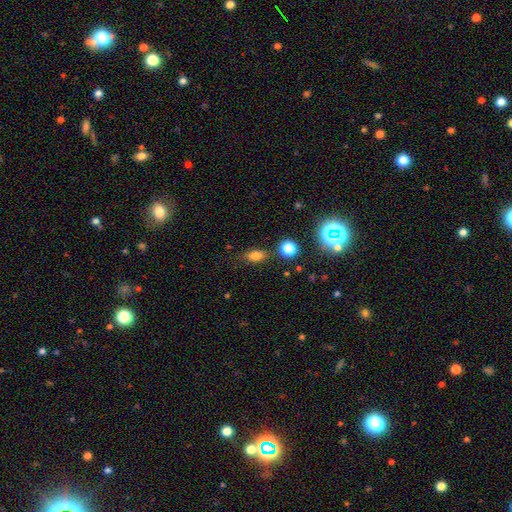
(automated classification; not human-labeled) This is likely a smooth galaxy (75%). How rounded: likely in between (76%). Merging: likely none (76%).